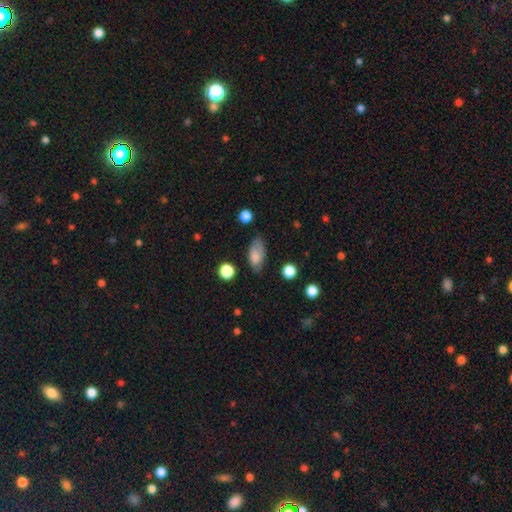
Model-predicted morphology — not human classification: Smooth or featured: smooth — 80% (featured or disk — 13%)
How rounded: in between — 89% (cigar-shaped — 7%)
Merging: none — 66% (minor disturbance — 25%)